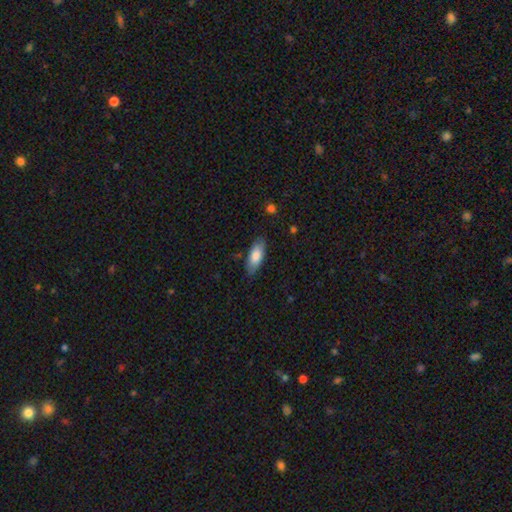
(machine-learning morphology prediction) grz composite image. It shows a smooth galaxy with no disk features (78%) that is in between round and cigar-shaped (80%). Merging: none (83%).